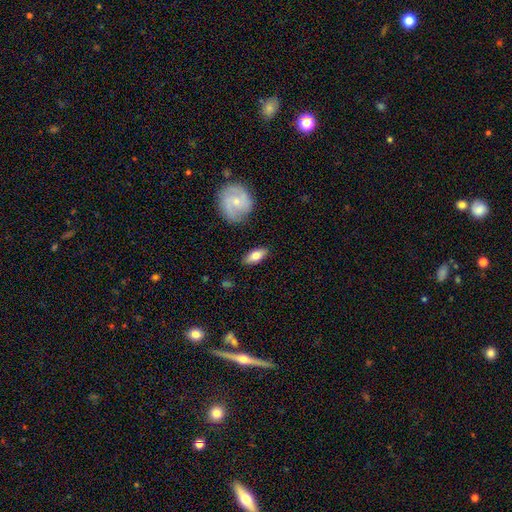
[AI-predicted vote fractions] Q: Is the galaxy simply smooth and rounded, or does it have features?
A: smooth — 68%.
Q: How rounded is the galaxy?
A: in between — 82%.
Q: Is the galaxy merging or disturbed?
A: none — 84%.